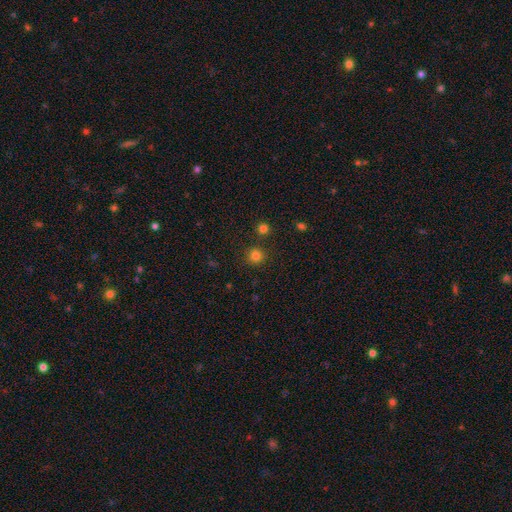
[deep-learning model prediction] smooth-or-featured: smooth: 80% | star or artifact: 16% | featured or disk: 4%
  how-rounded: round: 93% | in between: 7% | cigar-shaped: 1%
  merging: none: 85% | minor disturbance: 7% | merger: 5% | major disturbance: 3%